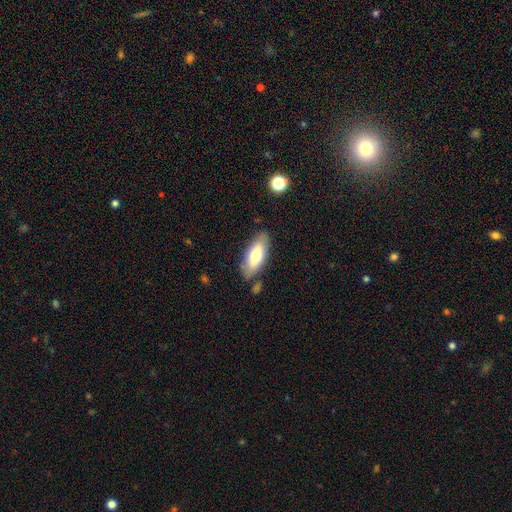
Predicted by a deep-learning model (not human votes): smooth-or-featured: smooth: 72% | featured or disk: 22% | star or artifact: 6%
  how-rounded: in between: 78% | cigar-shaped: 20% | round: 2%
  merging: none: 78% | minor disturbance: 14% | merger: 4% | major disturbance: 3%